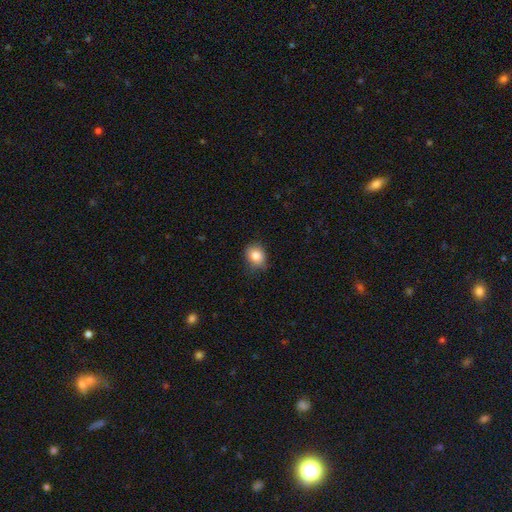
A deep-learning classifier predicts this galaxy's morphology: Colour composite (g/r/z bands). It shows a smooth galaxy with no disk features (82%) that is round (68%). Merging: none (78%).